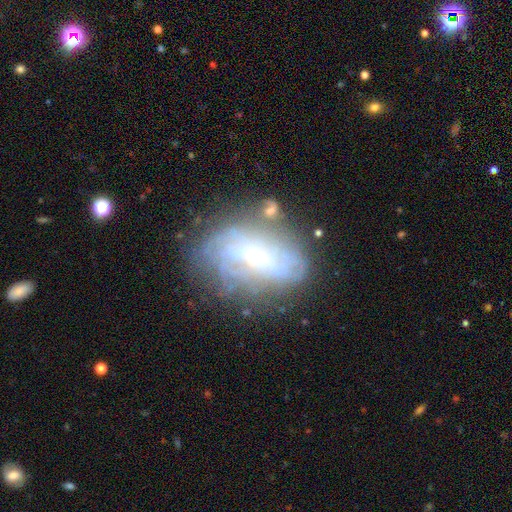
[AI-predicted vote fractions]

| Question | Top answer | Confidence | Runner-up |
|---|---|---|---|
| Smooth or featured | featured or disk | 65% | smooth (24%) |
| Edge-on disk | no | 90% | yes (10%) |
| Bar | no | 44% | weak (36%) |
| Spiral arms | yes | 55% | no (45%) |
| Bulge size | small | 58% | moderate (23%) |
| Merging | none | 59% | minor disturbance (22%) |